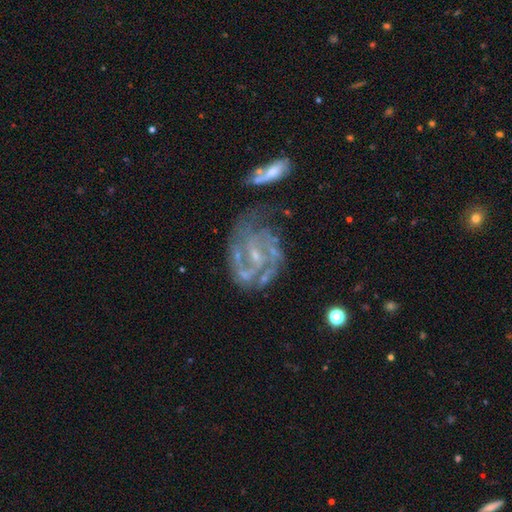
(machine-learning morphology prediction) Smooth or featured? Predicted: featured or disk (p=0.84). Edge-on disk? Predicted: no (p=0.97). Bar? Predicted: weak (p=0.46). Spiral arms? Predicted: yes (p=0.88). Spiral winding? Predicted: medium (p=0.44). Spiral arm count? Predicted: 2 (p=0.41). Bulge size? Predicted: small (p=0.71). Merging? Predicted: none (p=0.47).